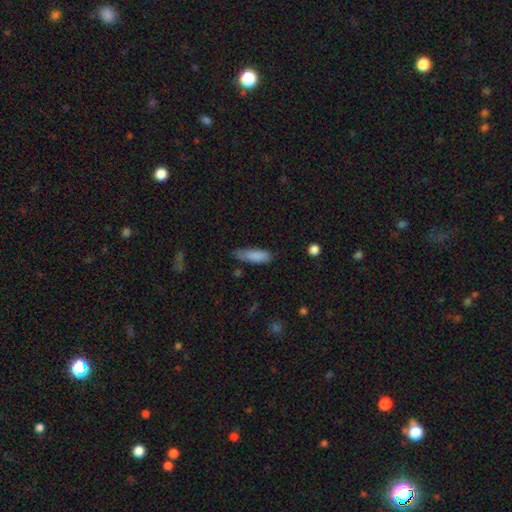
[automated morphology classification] A smooth galaxy with no disk features (85%) that is cigar-shaped (56%). Merging: none (65%).